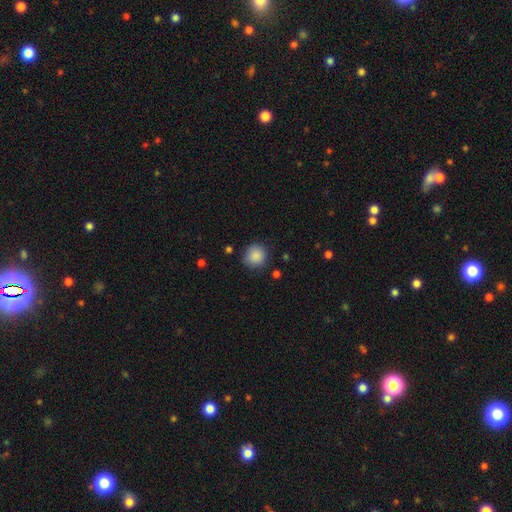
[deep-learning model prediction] A smooth galaxy with no disk features (88%) that is round (91%). Merging: none (85%).